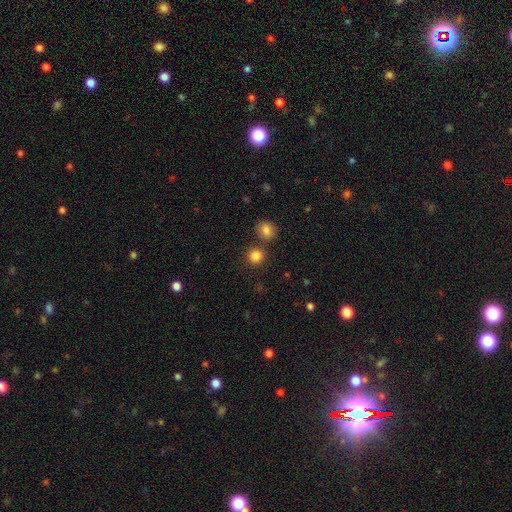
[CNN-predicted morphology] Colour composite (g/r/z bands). It shows a smooth galaxy with no disk features (84%) that is round (90%). Merging: none (77%).